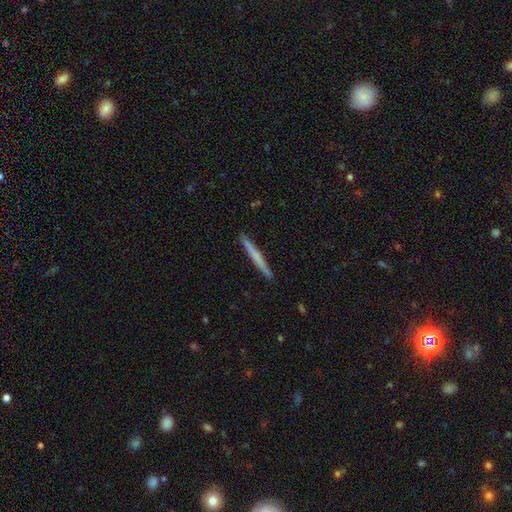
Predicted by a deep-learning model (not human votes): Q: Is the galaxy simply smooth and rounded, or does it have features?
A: smooth — 58%.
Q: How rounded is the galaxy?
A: cigar-shaped — 97%.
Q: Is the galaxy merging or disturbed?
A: none — 93%.